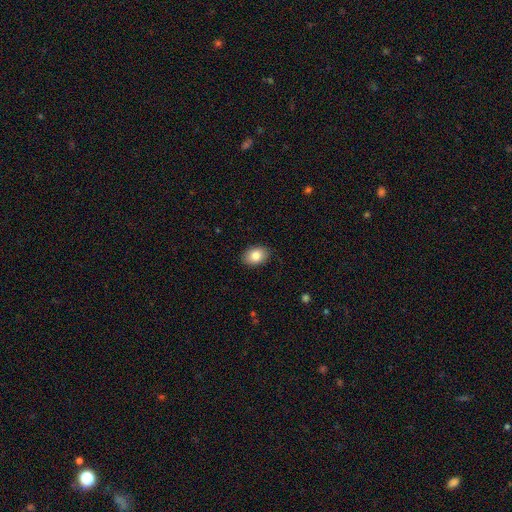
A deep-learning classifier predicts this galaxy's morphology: smooth 84%, featured or disk 8%, star or artifact 8%. Down the decision tree: how rounded — in between (80%); merging — none (88%).